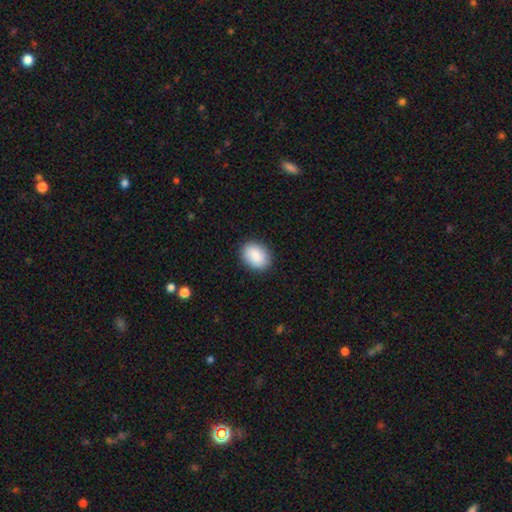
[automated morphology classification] Smooth or featured: smooth — 87% (star or artifact — 6%)
How rounded: in between — 68% (round — 31%)
Merging: none — 89% (minor disturbance — 8%)